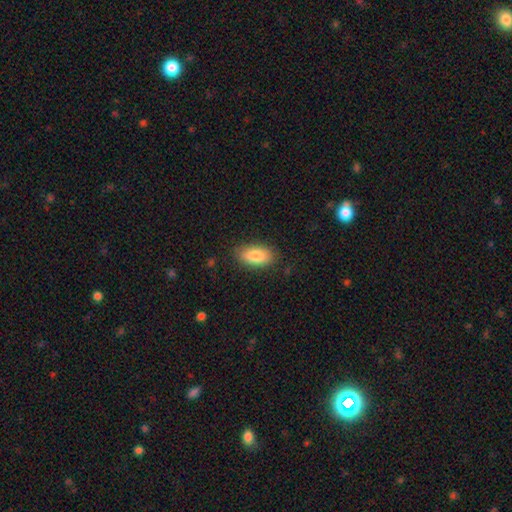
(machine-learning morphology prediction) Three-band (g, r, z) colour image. It shows a smooth galaxy with no disk features (85%) that is in between round and cigar-shaped (90%). Merging: none (84%).